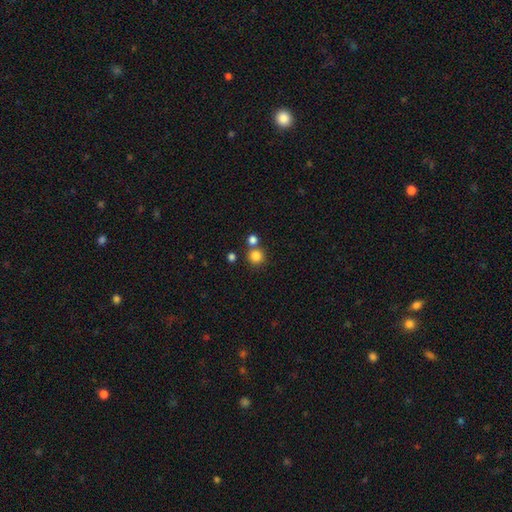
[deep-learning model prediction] Overall: smooth (82%). How rounded: round (94%). Merging: none (71%).